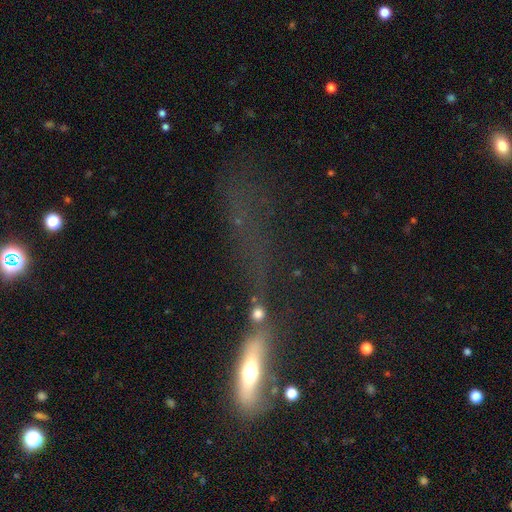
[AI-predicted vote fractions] smooth_or_featured: featured or disk (p=0.41) [alt: smooth p=0.38]
merging: major disturbance (p=0.37) [alt: none p=0.28]